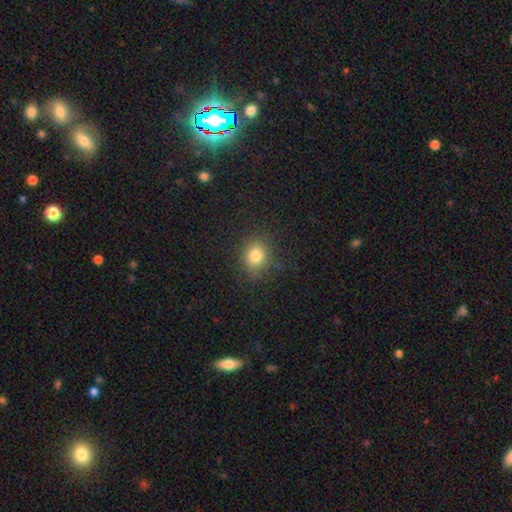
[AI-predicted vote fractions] smooth 79%, star or artifact 14%, featured or disk 7%. Down the decision tree: how rounded — round (66%); merging — none (82%).